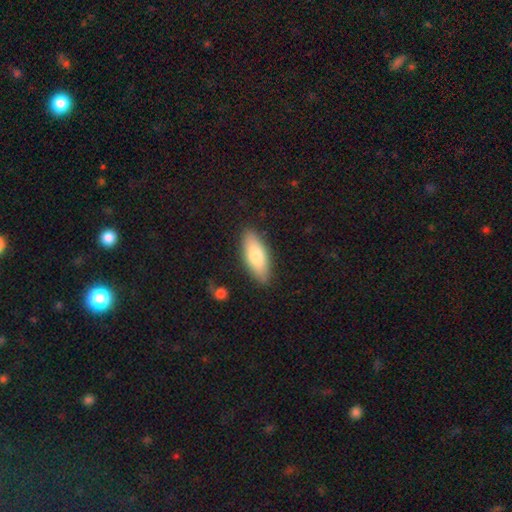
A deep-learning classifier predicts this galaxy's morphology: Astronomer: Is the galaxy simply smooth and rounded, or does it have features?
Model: smooth — 76%.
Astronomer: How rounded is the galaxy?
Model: in between — 70%.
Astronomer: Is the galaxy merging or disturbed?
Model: none — 87%.